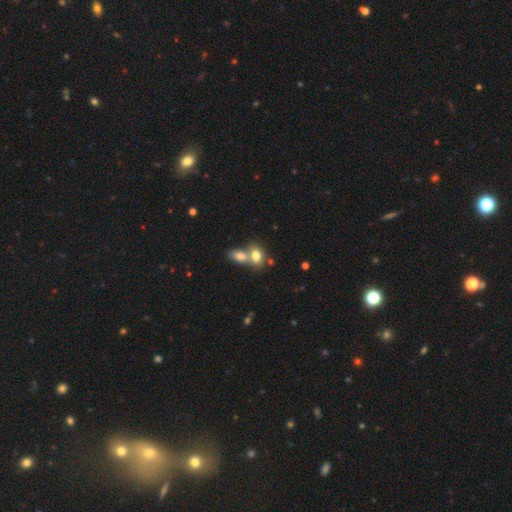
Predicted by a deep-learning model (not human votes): A smooth galaxy with no disk features (78%) that is in between round and cigar-shaped (70%).

Vote fractions:
- Smooth or featured? smooth: 78% / featured or disk: 13% / star or artifact: 9%
- How rounded? in between: 70% / round: 28% / cigar-shaped: 2%
- Merging? merger: 64% / none: 27% / minor disturbance: 6% / major disturbance: 3%